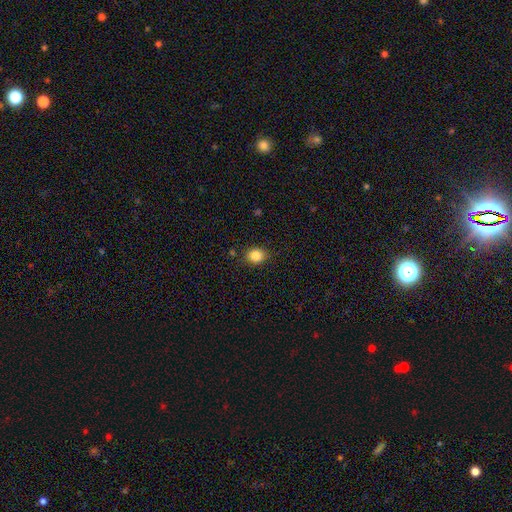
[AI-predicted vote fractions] This is clearly a smooth galaxy (85%). How rounded: likely round (69%). Merging: clearly none (83%).